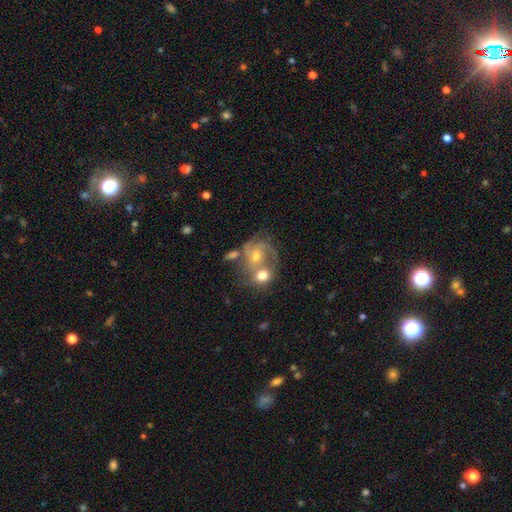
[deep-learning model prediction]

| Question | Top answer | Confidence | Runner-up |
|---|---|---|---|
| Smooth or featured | featured or disk | 73% | smooth (19%) |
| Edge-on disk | no | 97% | yes (3%) |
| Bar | no | 63% | weak (30%) |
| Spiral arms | yes | 90% | no (10%) |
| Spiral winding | medium | 47% | tight (35%) |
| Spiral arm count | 2 | 48% | 3 (19%) |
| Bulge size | moderate | 53% | small (38%) |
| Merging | merger | 44% | none (32%) |